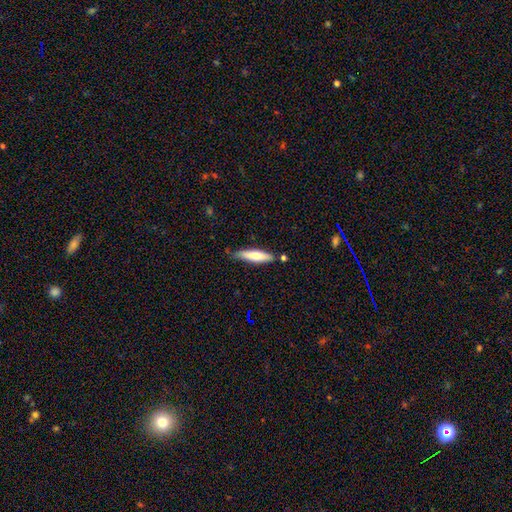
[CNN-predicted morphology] smooth 70%, featured or disk 24%, star or artifact 6%. Down the decision tree: how rounded — cigar-shaped (77%); merging — none (73%).